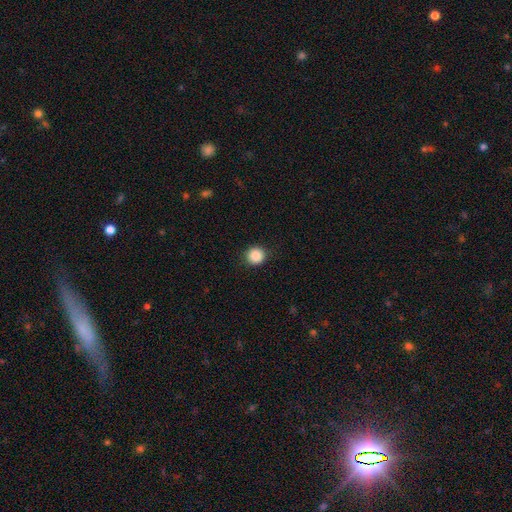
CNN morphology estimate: smooth 88%, star or artifact 9%, featured or disk 3%. Down the decision tree: how rounded — round (94%); merging — none (91%).